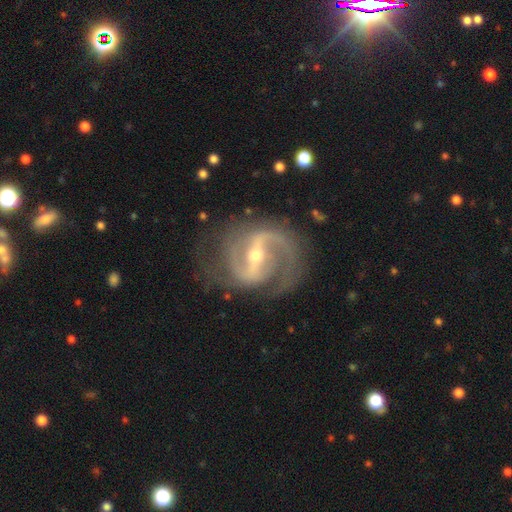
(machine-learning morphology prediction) Smooth or featured? featured or disk (92%)
Edge-on disk? no (97%)
Bar? strong (61%)
Spiral arms? yes (97%)
Spiral winding? medium (57%)
Spiral arm count? 2 (84%)
Bulge size? small (49%)
Merging? none (73%)